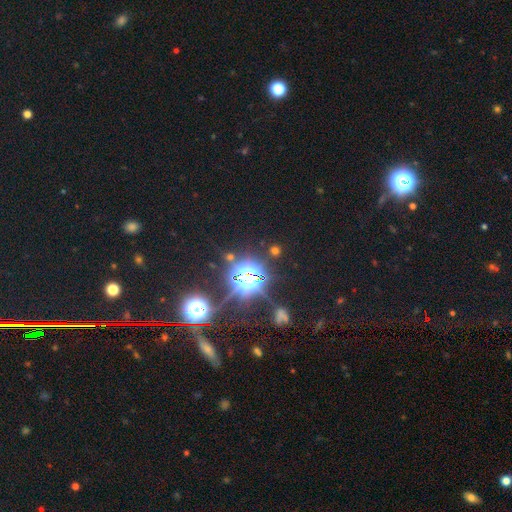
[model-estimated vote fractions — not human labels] Q: Smooth or featured?
A: star or artifact (77%); runner-up: smooth (15%)